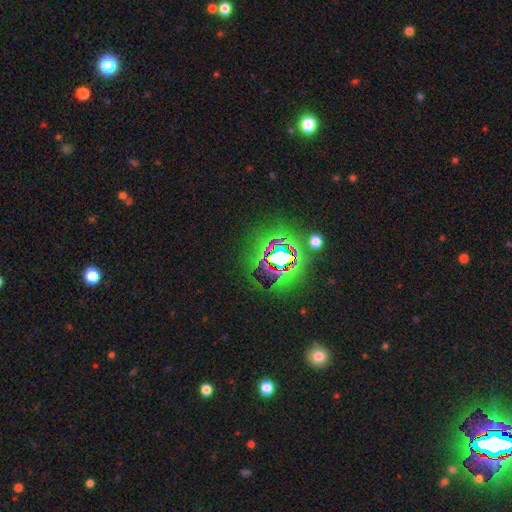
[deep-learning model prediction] The model was most divided on "smooth or featured": star or artifact: 82%, smooth: 10%, featured or disk: 8%.